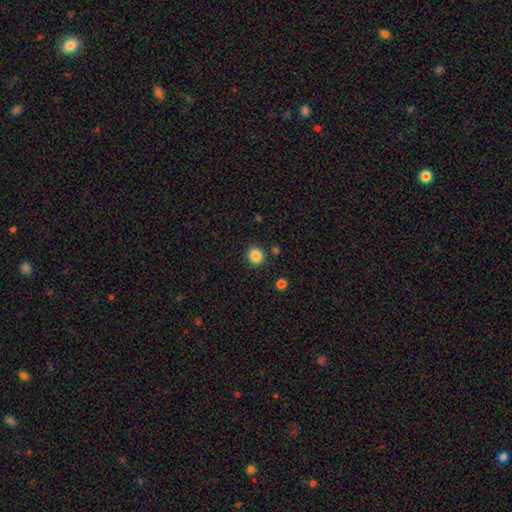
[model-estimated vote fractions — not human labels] smooth 86%, star or artifact 10%, featured or disk 4%. Down the decision tree: how rounded — round (85%); merging — none (87%).